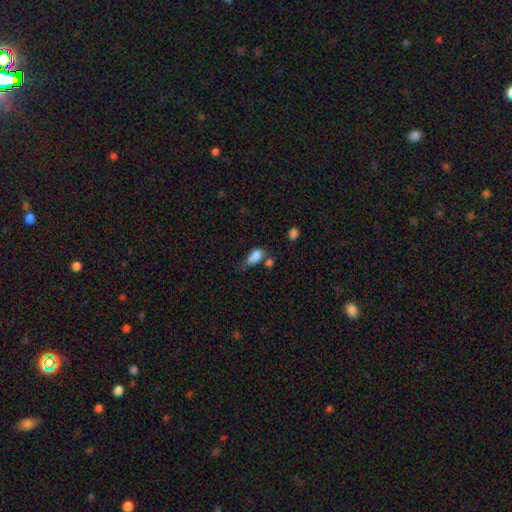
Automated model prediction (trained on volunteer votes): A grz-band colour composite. It shows a smooth galaxy with no disk features (79%) that is in between round and cigar-shaped (82%). Merging: minor disturbance (29%).